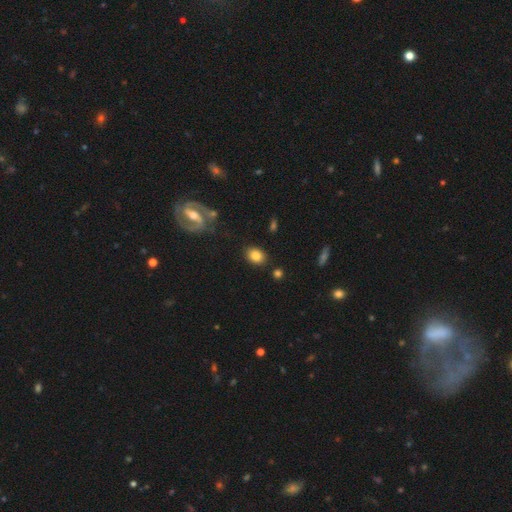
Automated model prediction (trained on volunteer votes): Morphology: type=smooth (80%); roundness=in between (60%); merging=none (84%).